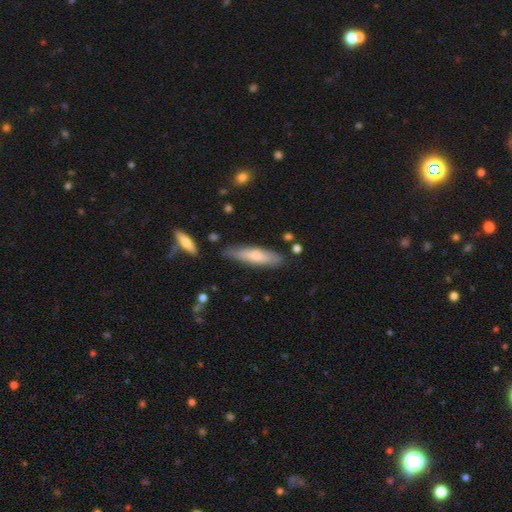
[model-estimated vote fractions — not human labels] smooth 68%, featured or disk 26%, star or artifact 6%. Down the decision tree: how rounded — cigar-shaped (75%); merging — none (78%).